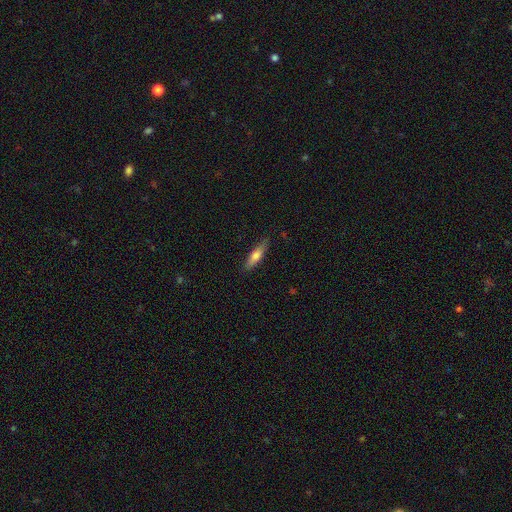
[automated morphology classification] smooth 65%, featured or disk 29%, star or artifact 6%. Down the decision tree: how rounded — cigar-shaped (72%); merging — none (85%).